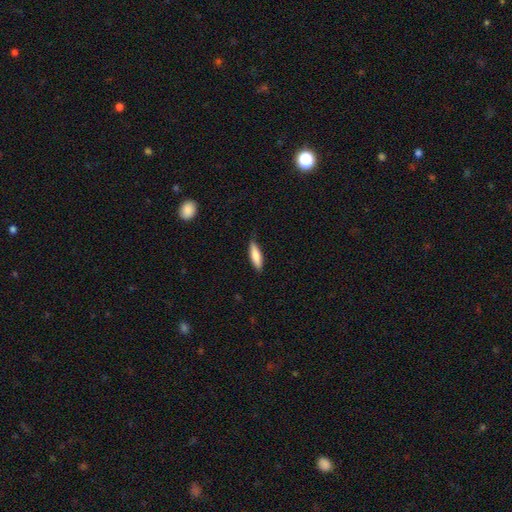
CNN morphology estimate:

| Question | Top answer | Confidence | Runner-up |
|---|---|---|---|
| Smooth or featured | smooth | 79% | featured or disk (15%) |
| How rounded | cigar-shaped | 60% | in between (39%) |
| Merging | none | 83% | minor disturbance (13%) |